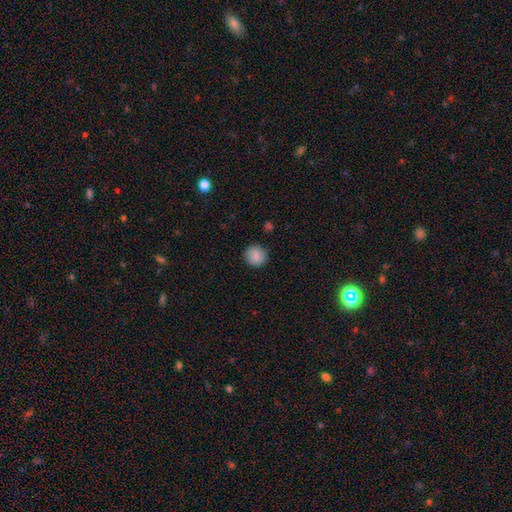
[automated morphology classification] smooth_or_featured: smooth (p=0.85) [alt: star or artifact p=0.08]
how_rounded: round (p=0.90) [alt: in between p=0.09]
merging: none (p=0.88) [alt: minor disturbance p=0.08]